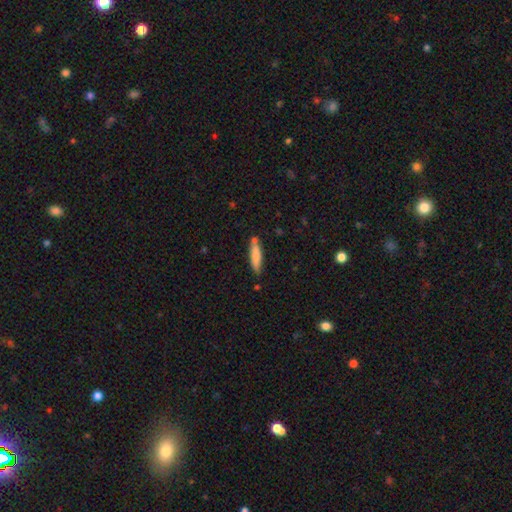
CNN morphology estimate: A smooth galaxy with no disk features (80%) that is cigar-shaped (79%). Merging: none (75%).